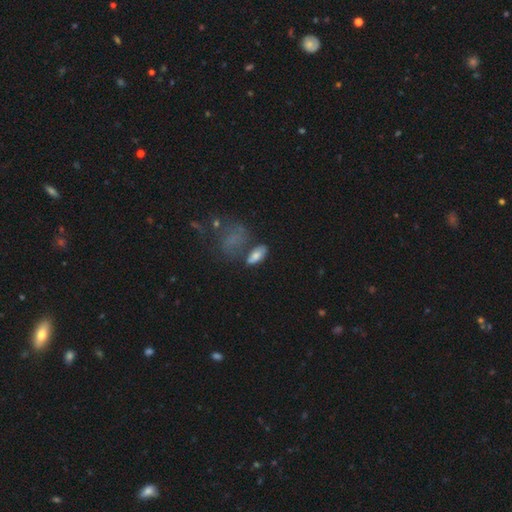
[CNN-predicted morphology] Smooth or featured? Predicted: smooth (p=0.75). How rounded? Predicted: in between (p=0.82). Merging? Predicted: none (p=0.60).